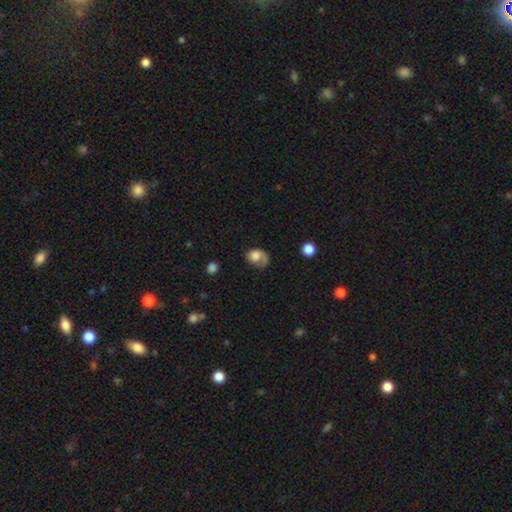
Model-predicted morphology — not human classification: Smooth or featured? smooth (59%)
How rounded? in between (55%)
Merging? none (41%)